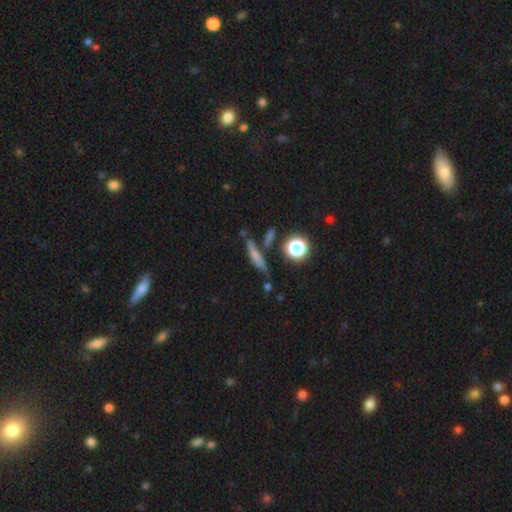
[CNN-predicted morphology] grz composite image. It shows a smooth galaxy with no disk features (60%) that is cigar-shaped (71%). Merging: none (67%).